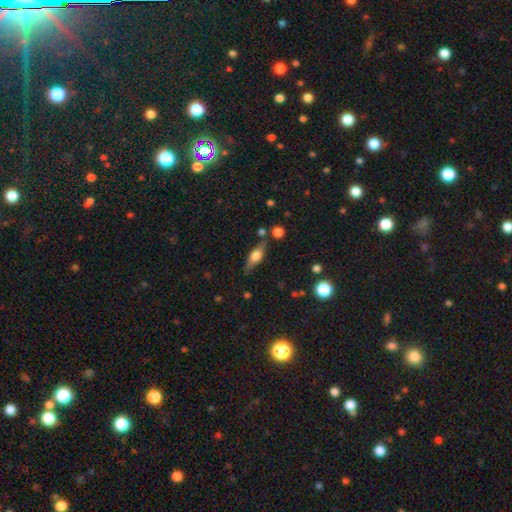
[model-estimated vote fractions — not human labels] This appears to be a smooth galaxy with no disk features (52%) that is in between round and cigar-shaped (56%). Merging: none (74%).